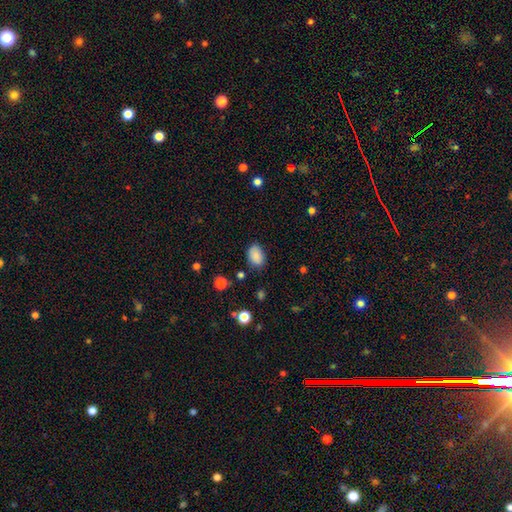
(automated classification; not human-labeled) smooth-or-featured: smooth: 87% | star or artifact: 8% | featured or disk: 5%
  how-rounded: in between: 85% | round: 14% | cigar-shaped: 1%
  merging: none: 79% | minor disturbance: 16% | major disturbance: 4% | merger: 2%